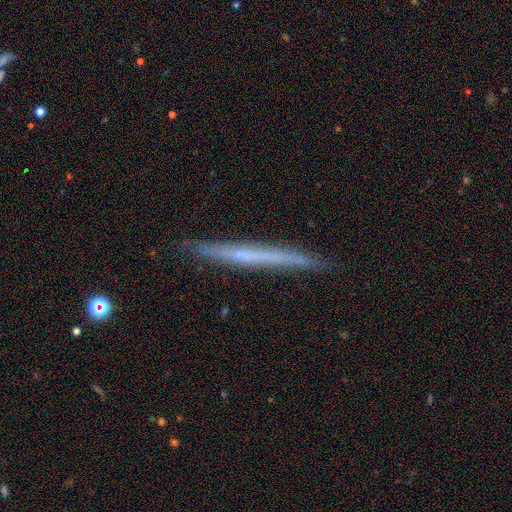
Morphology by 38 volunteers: type=featured or disk (61%); edge-on=yes (100%); edge-on bulge=none (78%); merging=none (92%).